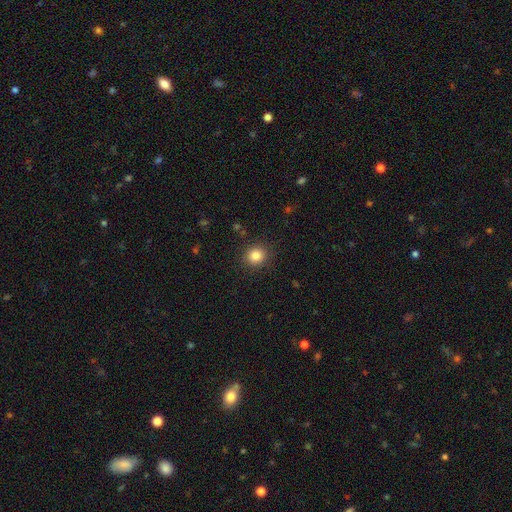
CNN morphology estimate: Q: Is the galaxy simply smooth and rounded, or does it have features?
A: smooth — 84%.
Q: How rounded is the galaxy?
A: round — 85%.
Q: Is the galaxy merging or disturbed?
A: none — 89%.